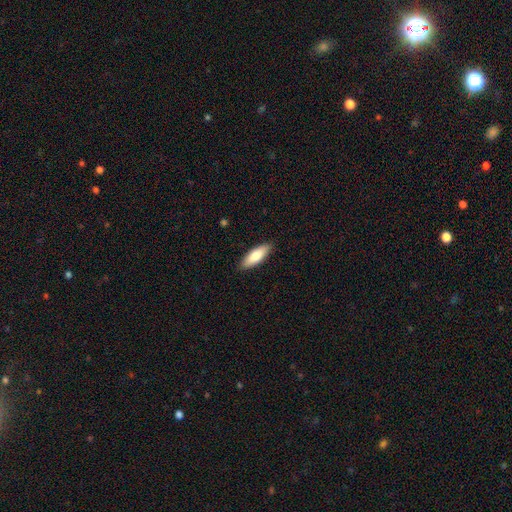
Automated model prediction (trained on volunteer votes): Smooth or featured? smooth (79%)
How rounded? in between (61%)
Merging? none (88%)